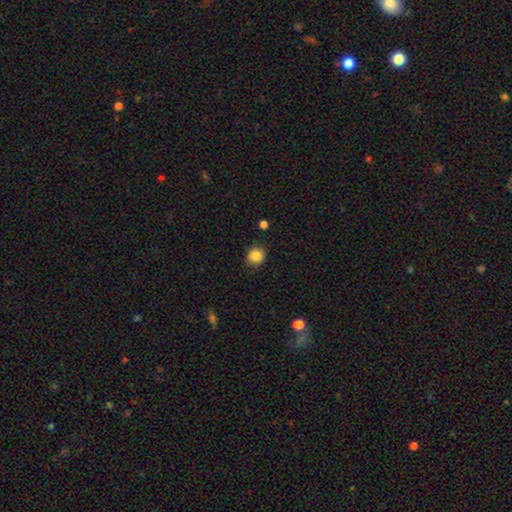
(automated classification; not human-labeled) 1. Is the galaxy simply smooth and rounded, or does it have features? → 86% smooth, 10% star or artifact, 4% featured or disk.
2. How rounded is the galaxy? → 85% round, 14% in between, 1% cigar-shaped.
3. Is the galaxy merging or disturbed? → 83% none, 12% minor disturbance, 3% major disturbance, 2% merger.